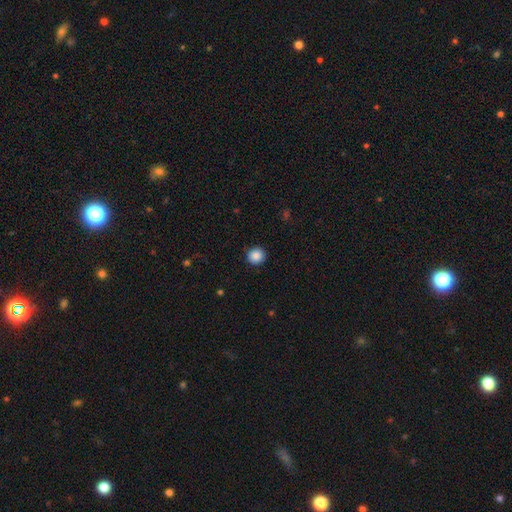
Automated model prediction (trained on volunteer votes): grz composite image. It shows a smooth galaxy with no disk features (88%) that is round (93%). Merging: none (91%).